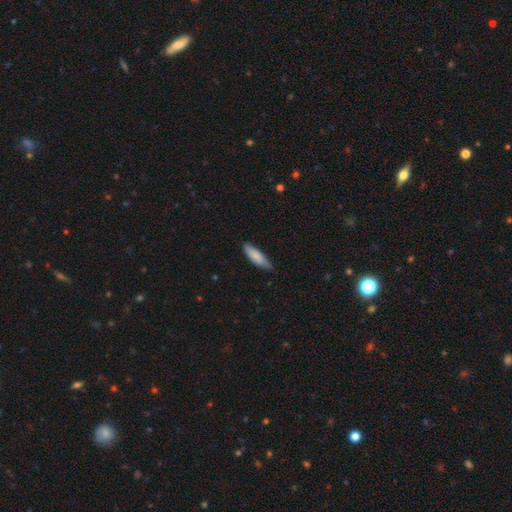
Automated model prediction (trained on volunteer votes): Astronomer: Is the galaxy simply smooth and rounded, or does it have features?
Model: smooth — 82%.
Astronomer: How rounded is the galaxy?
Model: cigar-shaped — 50% (runner-up: in between, 48%).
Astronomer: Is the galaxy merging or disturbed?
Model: none — 69%.